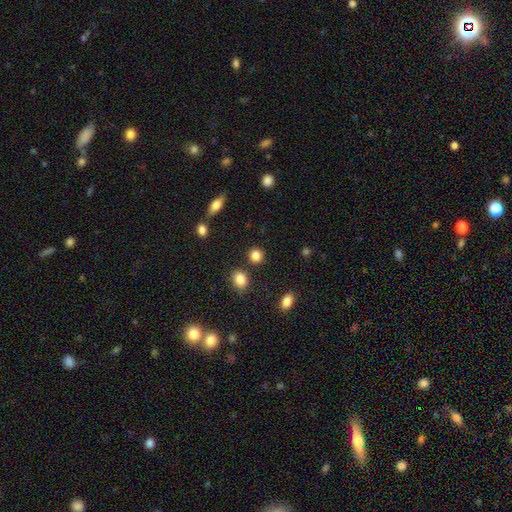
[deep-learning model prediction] Smooth or featured? Predicted: smooth (p=0.85). How rounded? Predicted: round (p=0.87). Merging? Predicted: none (p=0.86).